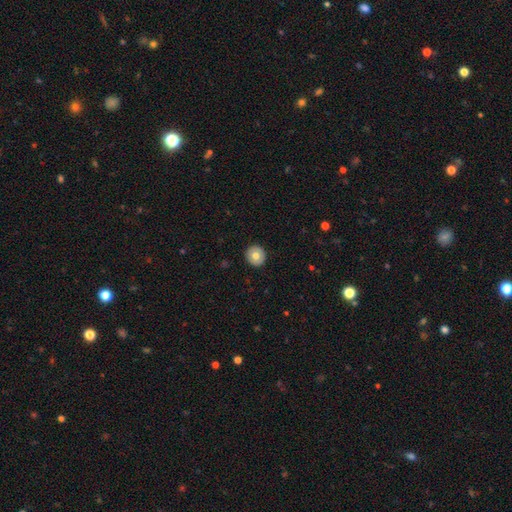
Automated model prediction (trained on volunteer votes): Smooth or featured? Predicted: smooth (p=0.70). How rounded? Predicted: round (p=0.92). Merging? Predicted: none (p=0.92).